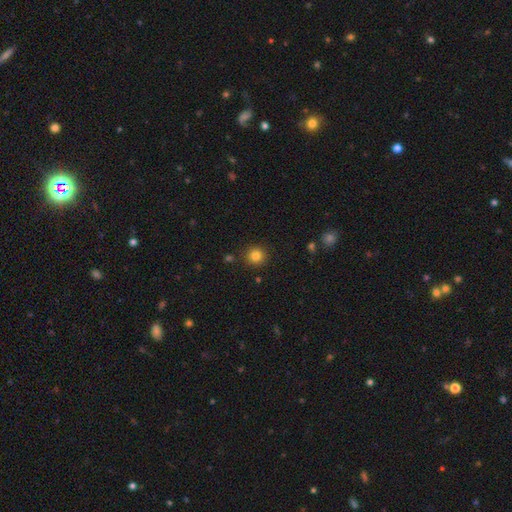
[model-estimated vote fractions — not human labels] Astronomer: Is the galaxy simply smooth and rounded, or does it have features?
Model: smooth — 83%.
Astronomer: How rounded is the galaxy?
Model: round — 93%.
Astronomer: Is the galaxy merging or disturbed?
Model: none — 89%.